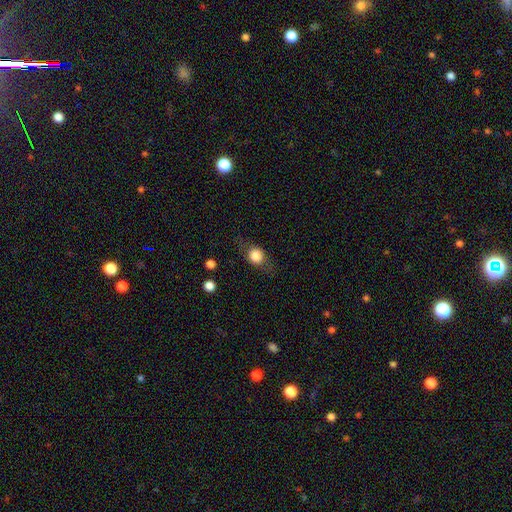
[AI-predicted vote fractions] A smooth galaxy with no disk features (70%) that is round (66%). Merging: none (72%).